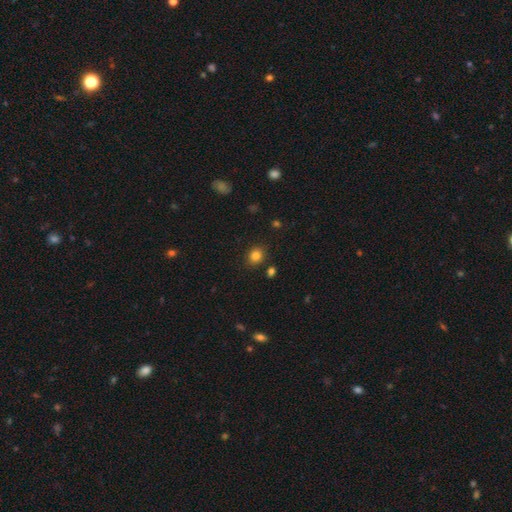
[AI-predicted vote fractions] This appears to be a smooth galaxy with no disk features (82%) that is round (66%). Merging: none (86%).